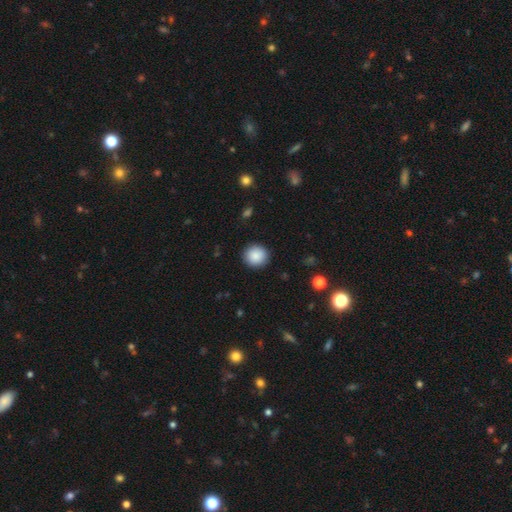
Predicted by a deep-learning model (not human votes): smooth_or_featured: smooth (p=0.88) [alt: star or artifact p=0.08]
how_rounded: round (p=0.92) [alt: in between p=0.07]
merging: none (p=0.91) [alt: minor disturbance p=0.06]